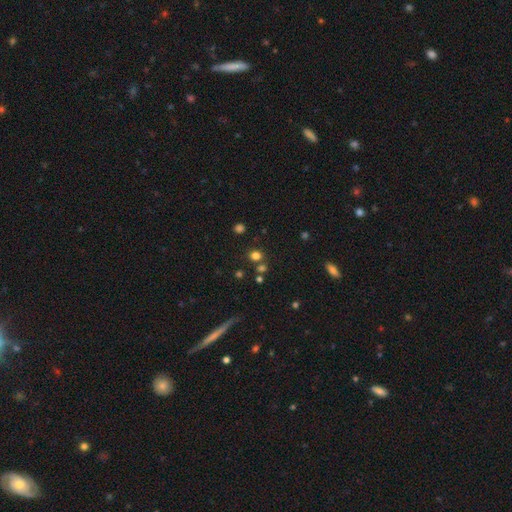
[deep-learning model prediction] Morphology: type=smooth (72%); roundness=round (73%); merging=none (72%).